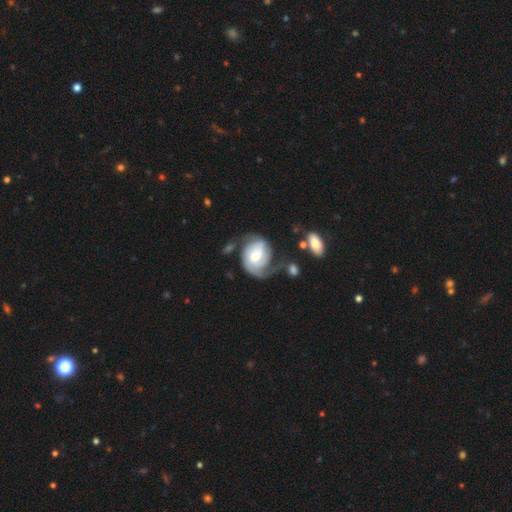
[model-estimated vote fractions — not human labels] featured or disk 74%, smooth 20%, star or artifact 6%. Down the decision tree: edge-on disk — no (97%); bar — no (59%); spiral arms — yes (91%); spiral arm count — 2 (57%); spiral winding — tight (45%); bulge size — moderate (56%); merging — none (42%).